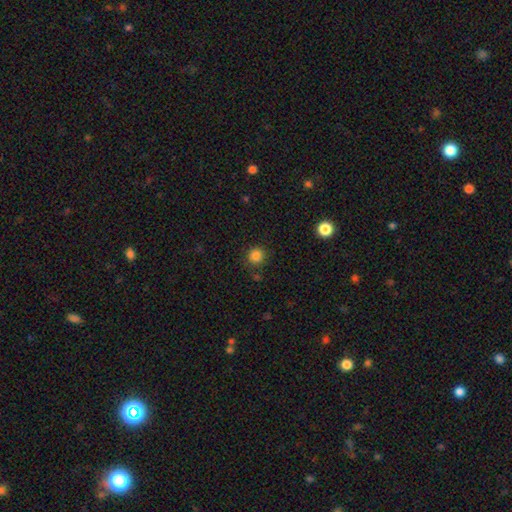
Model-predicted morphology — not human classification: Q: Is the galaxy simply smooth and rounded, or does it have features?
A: smooth — 84%.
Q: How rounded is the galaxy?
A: round — 92%.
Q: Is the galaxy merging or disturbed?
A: none — 85%.